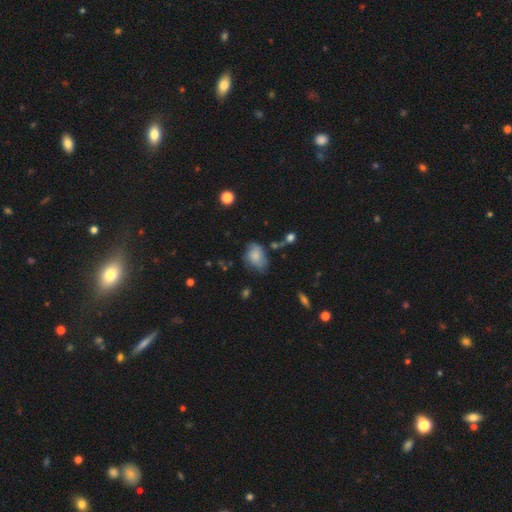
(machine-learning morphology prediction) smooth-or-featured: smooth: 72% | featured or disk: 18% | star or artifact: 9%
  how-rounded: in between: 77% | round: 21% | cigar-shaped: 1%
  merging: none: 48% | minor disturbance: 33% | major disturbance: 14% | merger: 5%